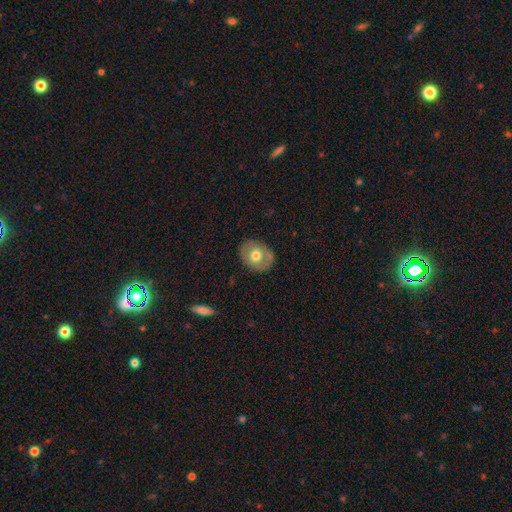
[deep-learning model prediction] smooth-or-featured: smooth: 56% | featured or disk: 38% | star or artifact: 6%
  how-rounded: in between: 51% | round: 48% | cigar-shaped: 1%
  merging: none: 82% | minor disturbance: 13% | major disturbance: 4% | merger: 1%